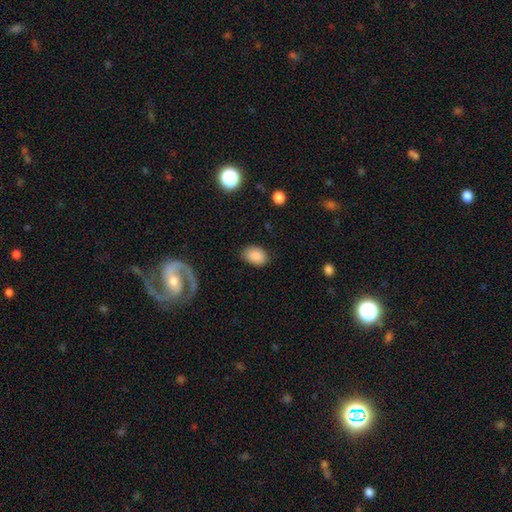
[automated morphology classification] This is clearly a smooth galaxy (87%). How rounded: clearly in between (83%). Merging: clearly none (83%).